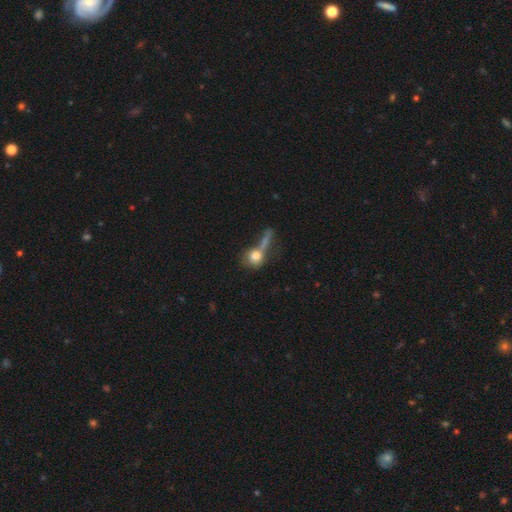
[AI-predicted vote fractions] This appears to be a smooth galaxy with no disk features (72%) that is round (66%). Merging: merger (41%).